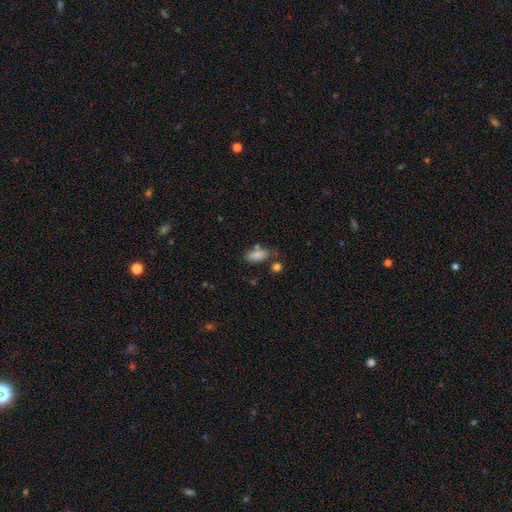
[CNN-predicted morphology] Q: Smooth or featured?
A: smooth (81%); runner-up: star or artifact (11%)
Q: How rounded?
A: in between (83%); runner-up: cigar-shaped (13%)
Q: Merging?
A: none (62%); runner-up: minor disturbance (20%)